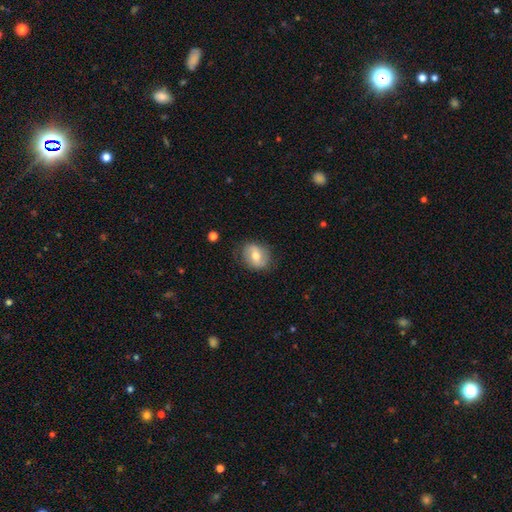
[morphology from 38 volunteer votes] featured or disk 55%, smooth 42%, star or artifact 3%. Down the decision tree: edge-on disk — no (100%); bar — strong (48%); spiral arms — yes (57%); spiral arm count — 2 (92%); spiral winding — loose (58%); bulge size — moderate (76%); merging — none (76%).